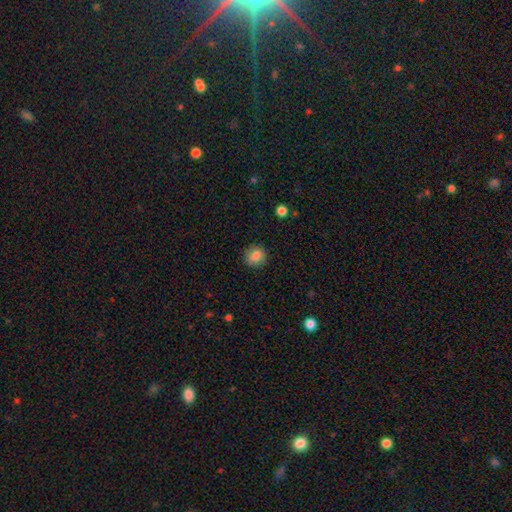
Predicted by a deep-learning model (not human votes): Smooth or featured? Predicted: smooth (p=0.83). How rounded? Predicted: round (p=0.84). Merging? Predicted: none (p=0.88).